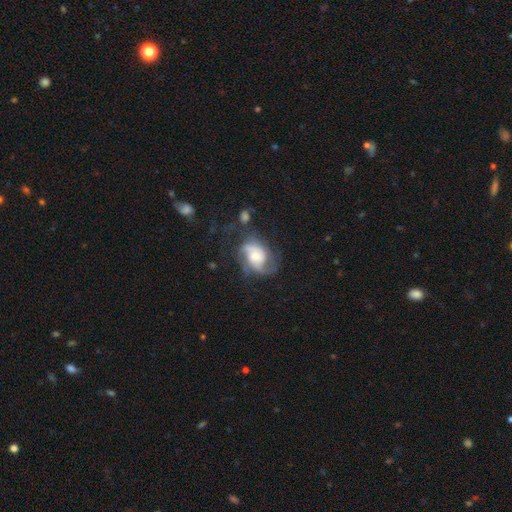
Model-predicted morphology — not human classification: Smooth or featured? Predicted: featured or disk (p=0.69). Edge-on disk? Predicted: no (p=0.97). Bar? Predicted: no (p=0.59). Spiral arms? Predicted: yes (p=0.89). Spiral winding? Predicted: medium (p=0.46). Spiral arm count? Predicted: 2 (p=0.53). Bulge size? Predicted: moderate (p=0.45). Merging? Predicted: none (p=0.45).